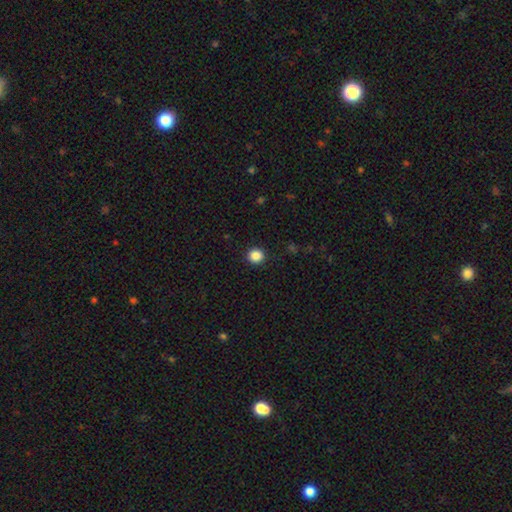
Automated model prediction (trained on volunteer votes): A smooth galaxy with no disk features (87%) that is round (91%). Merging: none (92%).